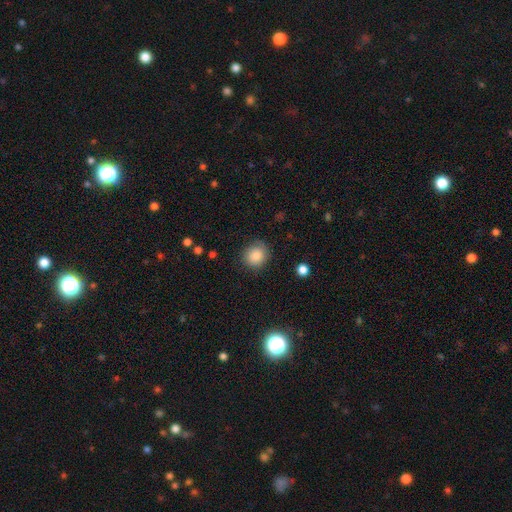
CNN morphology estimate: smooth 86%, star or artifact 9%, featured or disk 6%. Down the decision tree: how rounded — round (83%); merging — none (80%).